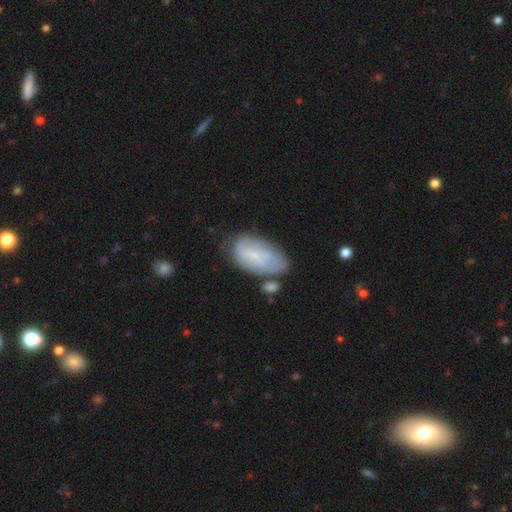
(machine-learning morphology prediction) The model was most divided on "smooth or featured": smooth: 54%, featured or disk: 39%, star or artifact: 8%. Remaining: how rounded — in between (93%); merging — none (49%).